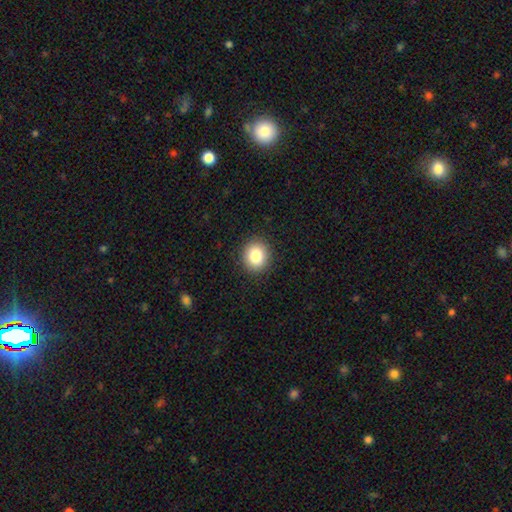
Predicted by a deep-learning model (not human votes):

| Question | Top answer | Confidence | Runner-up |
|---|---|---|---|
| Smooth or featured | smooth | 84% | star or artifact (10%) |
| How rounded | round | 79% | in between (20%) |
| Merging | none | 91% | minor disturbance (6%) |